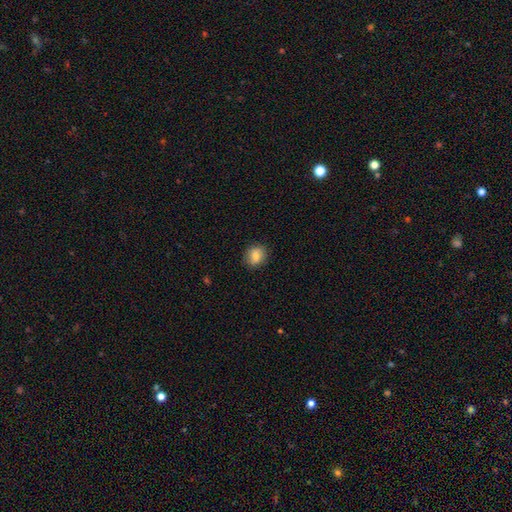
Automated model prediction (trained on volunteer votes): This is likely a smooth galaxy (79%). How rounded: likely round (73%). Merging: clearly none (86%).